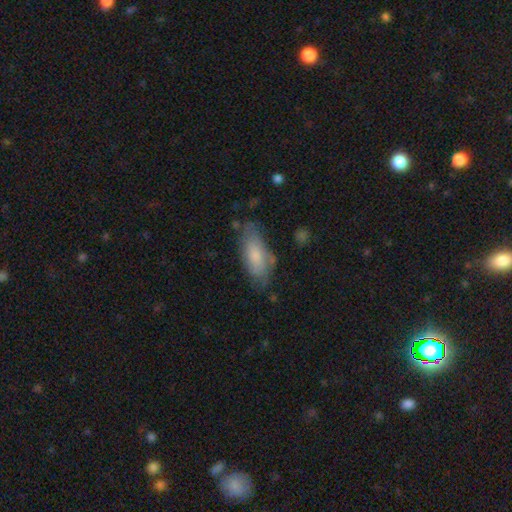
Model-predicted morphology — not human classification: Smooth or featured: smooth — 72% (featured or disk — 22%)
How rounded: in between — 82% (cigar-shaped — 16%)
Merging: none — 61% (minor disturbance — 27%)